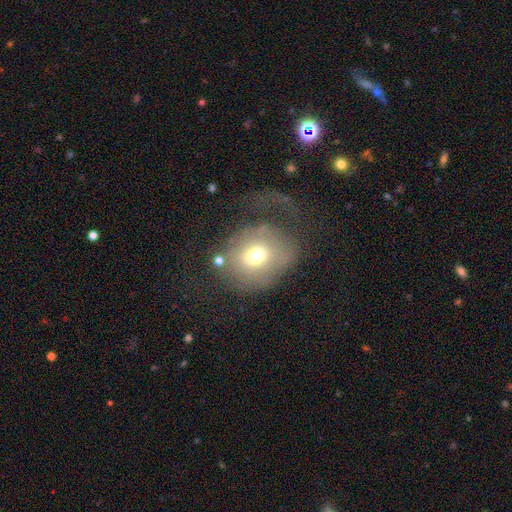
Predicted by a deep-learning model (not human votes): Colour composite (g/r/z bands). It shows a smooth galaxy with no disk features (63%) that is round (68%). Merging: major disturbance (48%).